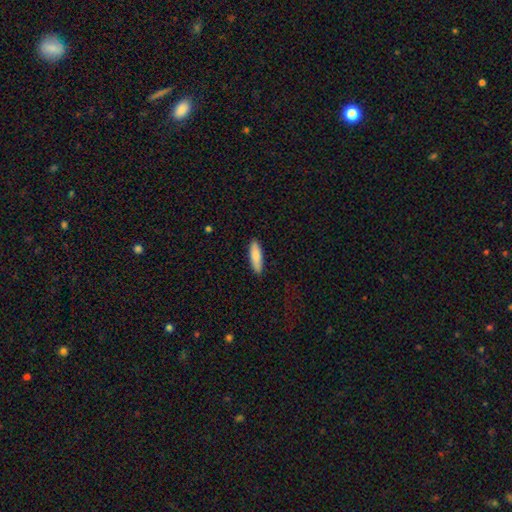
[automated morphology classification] A smooth galaxy with no disk features (86%) that is cigar-shaped (55%).

Vote fractions:
- Smooth or featured? smooth: 86% / featured or disk: 8% / star or artifact: 5%
- How rounded? cigar-shaped: 55% / in between: 44% / round: 2%
- Merging? none: 88% / minor disturbance: 9% / major disturbance: 2% / merger: 1%